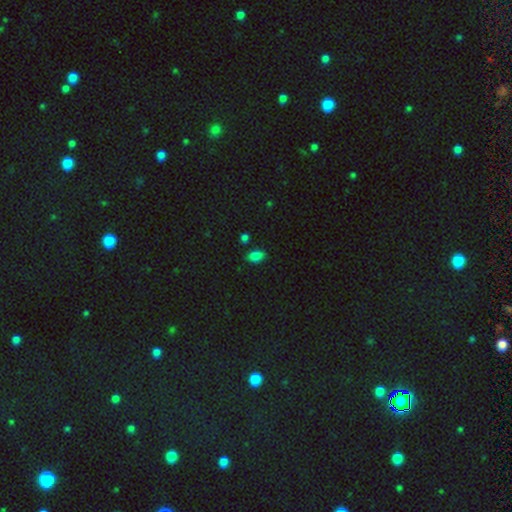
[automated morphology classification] This appears to be a smooth galaxy with no disk features (83%) that is in between round and cigar-shaped (88%). Merging: none (82%).